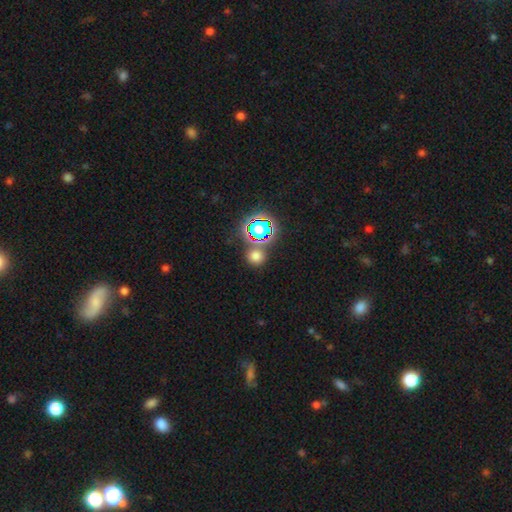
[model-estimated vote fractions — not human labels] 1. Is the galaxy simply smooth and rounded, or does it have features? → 65% smooth, 28% star or artifact, 7% featured or disk.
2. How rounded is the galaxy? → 86% round, 13% in between, 1% cigar-shaped.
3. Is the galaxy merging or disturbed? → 74% none, 14% merger, 9% minor disturbance, 3% major disturbance.